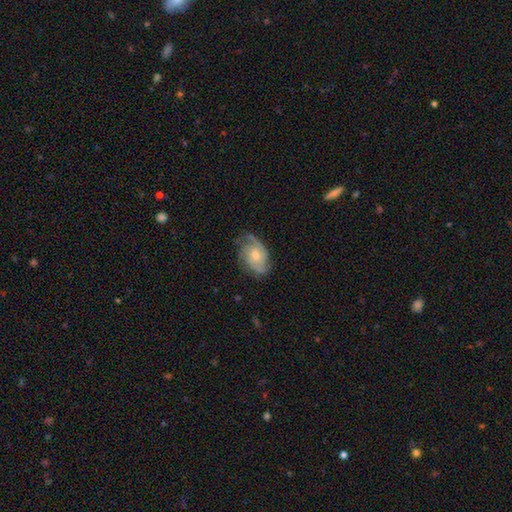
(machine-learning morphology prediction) smooth_or_featured: featured or disk (p=0.76) [alt: smooth p=0.18]
disk_edge_on: no (p=0.97) [alt: yes p=0.03]
bar: no (p=0.74) [alt: weak p=0.23]
has_spiral_arms: yes (p=0.94) [alt: no p=0.06]
spiral_winding: tight (p=0.44) [alt: medium p=0.40]
spiral_arm_count: 2 (p=0.35) [alt: 3 p=0.26]
bulge_size: moderate (p=0.48) [alt: small p=0.45]
merging: none (p=0.64) [alt: minor disturbance p=0.24]